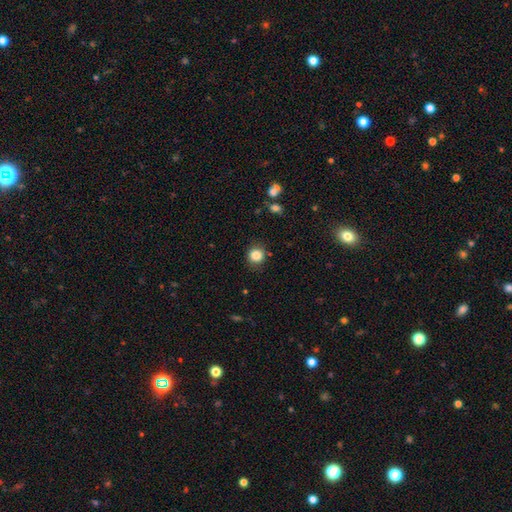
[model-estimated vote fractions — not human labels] A smooth galaxy with no disk features (85%) that is round (89%).

Vote fractions:
- Smooth or featured? smooth: 85% / star or artifact: 11% / featured or disk: 4%
- How rounded? round: 89% / in between: 10% / cigar-shaped: 1%
- Merging? none: 85% / minor disturbance: 10% / major disturbance: 3% / merger: 2%